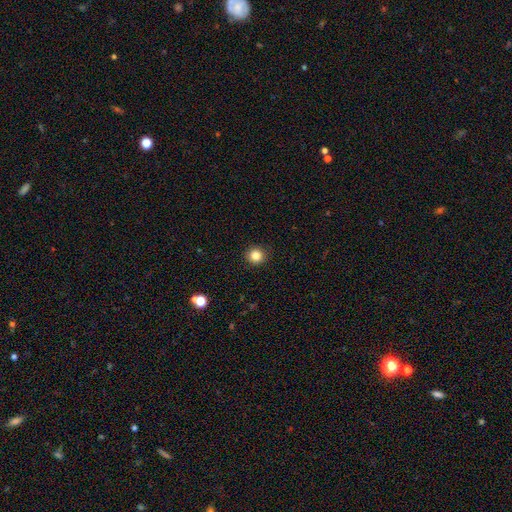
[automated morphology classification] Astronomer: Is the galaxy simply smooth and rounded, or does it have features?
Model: smooth — 84%.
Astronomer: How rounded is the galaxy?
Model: round — 93%.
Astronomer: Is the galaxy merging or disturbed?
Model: none — 92%.